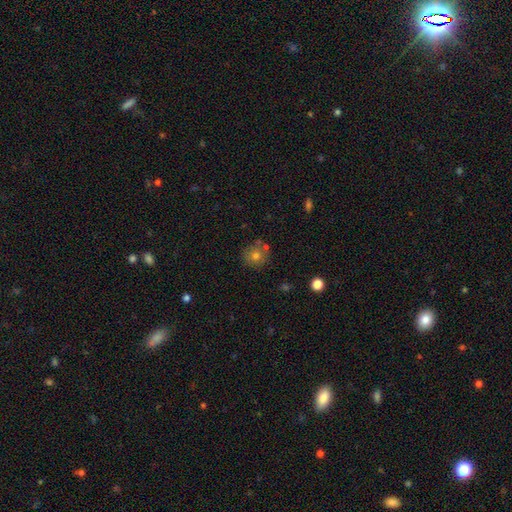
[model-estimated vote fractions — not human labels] A smooth galaxy with no disk features (74%) that is round (90%). Merging: none (73%).